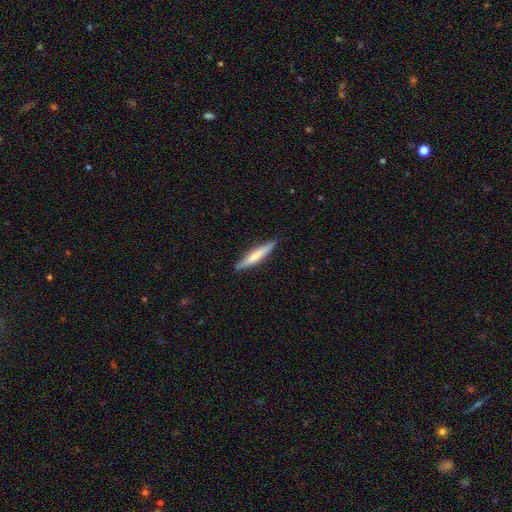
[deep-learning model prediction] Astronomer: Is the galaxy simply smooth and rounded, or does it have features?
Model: smooth — 62%.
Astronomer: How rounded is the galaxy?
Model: cigar-shaped — 91%.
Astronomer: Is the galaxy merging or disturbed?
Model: none — 88%.